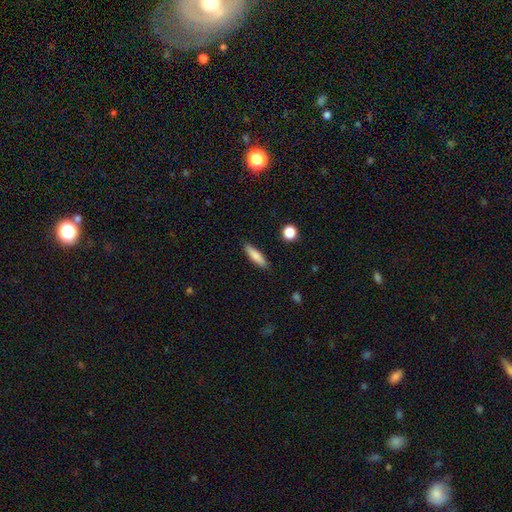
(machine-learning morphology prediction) A smooth galaxy with no disk features (80%) that is cigar-shaped (76%). Merging: none (87%).